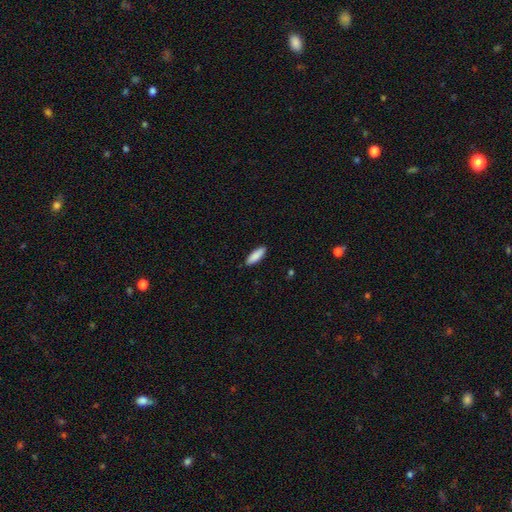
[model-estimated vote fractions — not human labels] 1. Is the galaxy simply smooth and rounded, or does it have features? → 88% smooth, 6% featured or disk, 6% star or artifact.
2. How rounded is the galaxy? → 57% in between, 42% cigar-shaped, 2% round.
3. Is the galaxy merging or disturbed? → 89% none, 8% minor disturbance, 2% major disturbance, 1% merger.